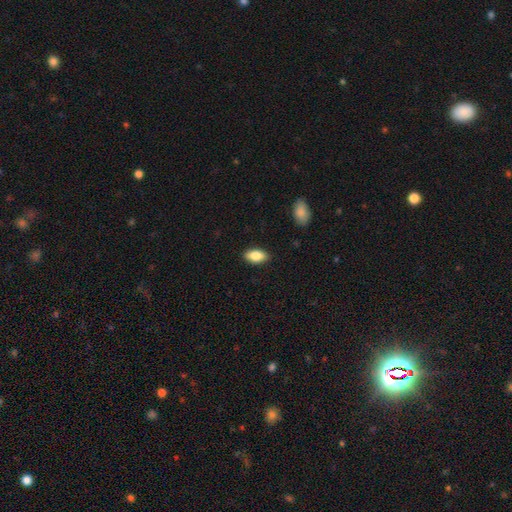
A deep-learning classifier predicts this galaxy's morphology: The model was most divided on "smooth or featured": smooth: 82%, featured or disk: 11%, star or artifact: 7%. More confident: how rounded — in between (91%); merging — none (88%).